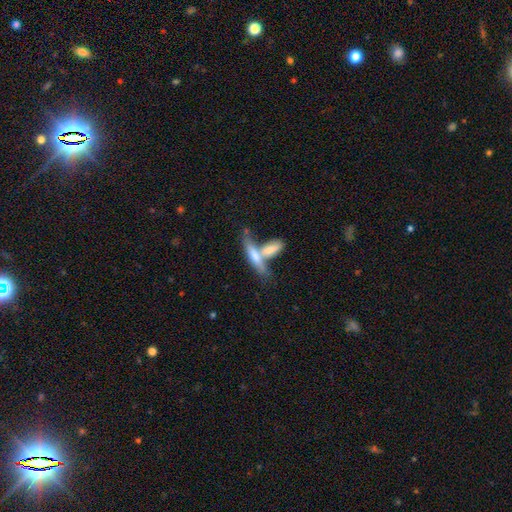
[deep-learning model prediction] This is possibly a smooth galaxy (57%). How rounded: likely cigar-shaped (71%). Merging: possibly merger (53%).